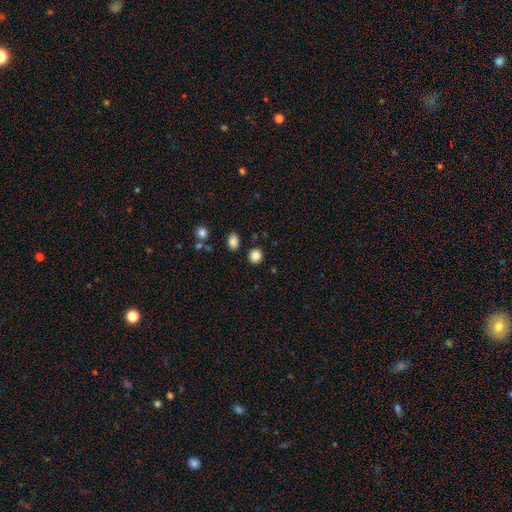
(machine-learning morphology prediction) Smooth or featured?
  - smooth: 86% *
  - star or artifact: 11%
  - featured or disk: 4%
How rounded?
  - round: 87% *
  - in between: 12%
  - cigar-shaped: 1%
Merging?
  - none: 87% *
  - minor disturbance: 7%
  - merger: 4%
  - major disturbance: 2%